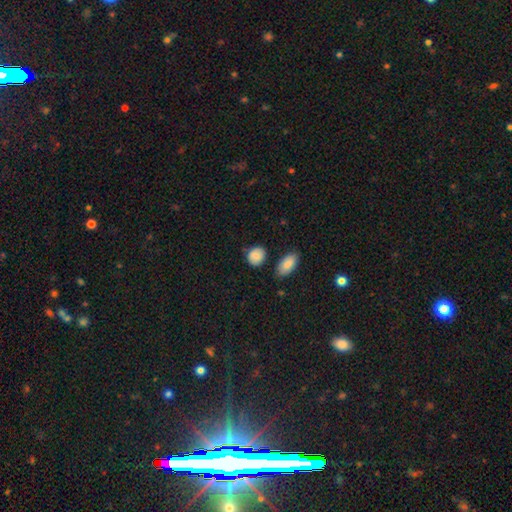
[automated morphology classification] Smooth or featured: smooth — 84% (star or artifact — 8%)
How rounded: round — 60% (in between — 38%)
Merging: none — 72% (minor disturbance — 19%)